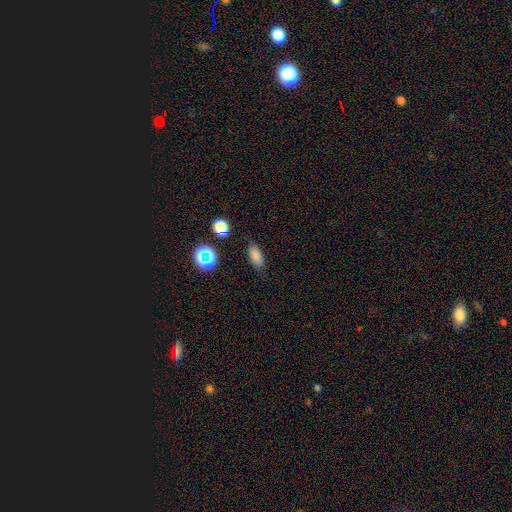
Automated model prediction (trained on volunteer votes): Morphology: type=smooth (79%); roundness=in between (83%); merging=none (83%).